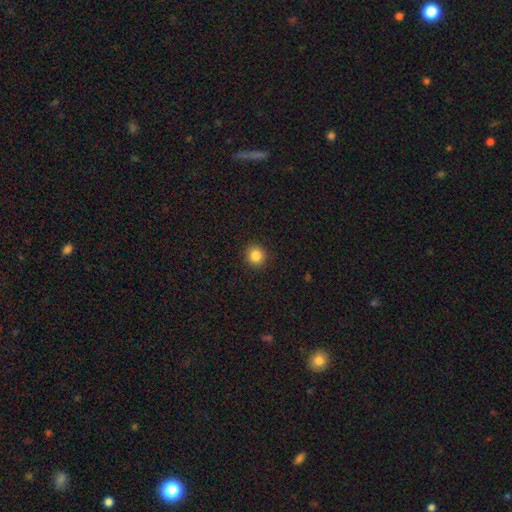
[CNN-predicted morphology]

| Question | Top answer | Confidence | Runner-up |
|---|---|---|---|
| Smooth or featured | smooth | 85% | star or artifact (11%) |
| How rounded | round | 92% | in between (7%) |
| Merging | none | 92% | minor disturbance (5%) |